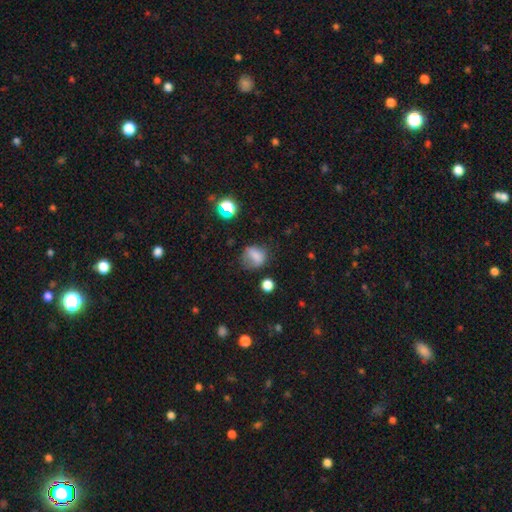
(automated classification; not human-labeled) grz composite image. It shows a smooth galaxy with no disk features (72%) that is round (50%). Merging: none (47%).